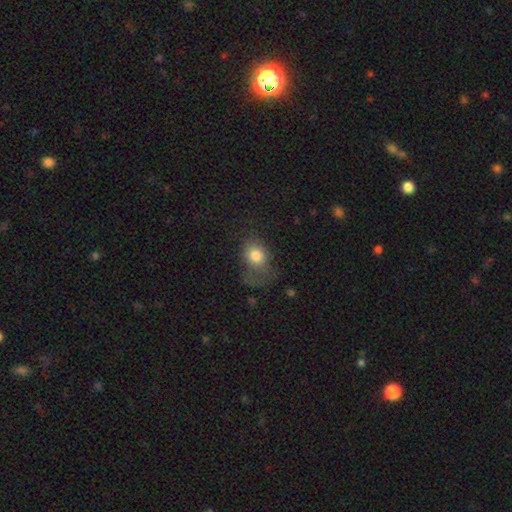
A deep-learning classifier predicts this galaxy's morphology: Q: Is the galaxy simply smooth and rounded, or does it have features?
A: smooth — 79%.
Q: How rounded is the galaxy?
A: round — 50%.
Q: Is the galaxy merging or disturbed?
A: none — 43%.